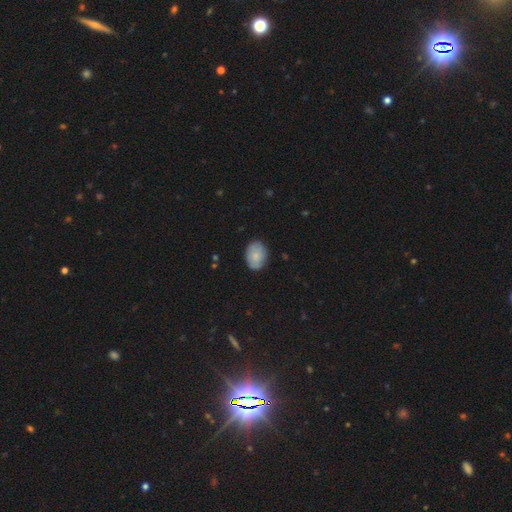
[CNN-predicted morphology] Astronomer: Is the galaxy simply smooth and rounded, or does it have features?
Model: smooth — 79%.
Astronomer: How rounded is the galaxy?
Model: in between — 76%.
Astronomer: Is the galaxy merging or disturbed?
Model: none — 80%.